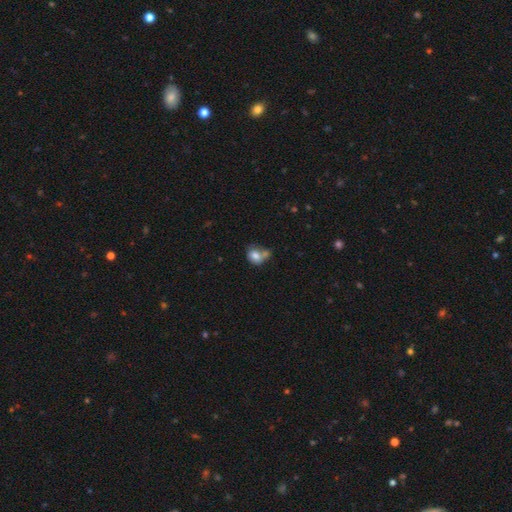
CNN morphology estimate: Overall: smooth (75%). How rounded: round (50%; in between 49%). Merging: merger (44%; none 30%).